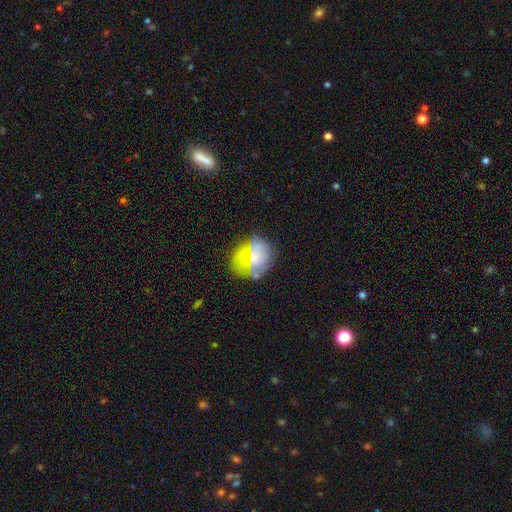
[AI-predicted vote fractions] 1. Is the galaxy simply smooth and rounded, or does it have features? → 60% smooth, 24% featured or disk, 16% star or artifact.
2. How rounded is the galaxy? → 68% round, 30% in between, 2% cigar-shaped.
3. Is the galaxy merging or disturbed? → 66% none, 20% minor disturbance, 9% major disturbance, 5% merger.